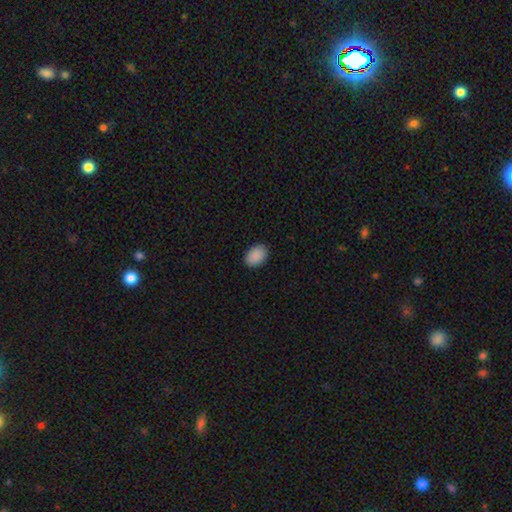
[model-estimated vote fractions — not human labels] A smooth galaxy with no disk features (90%) that is in between round and cigar-shaped (81%).

Vote fractions:
- Smooth or featured? smooth: 90% / star or artifact: 7% / featured or disk: 3%
- How rounded? in between: 81% / round: 18% / cigar-shaped: 1%
- Merging? none: 90% / minor disturbance: 7% / major disturbance: 2% / merger: 1%